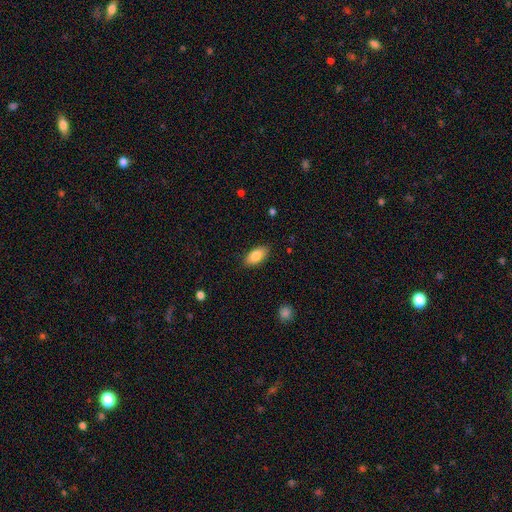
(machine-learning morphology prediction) A smooth galaxy with no disk features (86%) that is in between round and cigar-shaped (91%). Merging: none (86%).